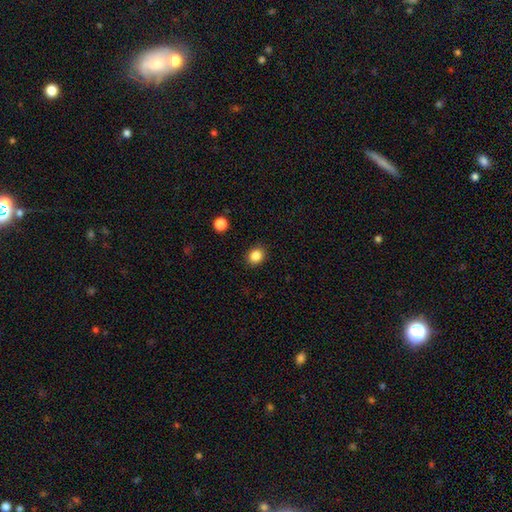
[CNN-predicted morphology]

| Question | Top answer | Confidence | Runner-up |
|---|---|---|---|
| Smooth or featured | smooth | 85% | star or artifact (11%) |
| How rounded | round | 69% | in between (30%) |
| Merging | none | 90% | minor disturbance (7%) |